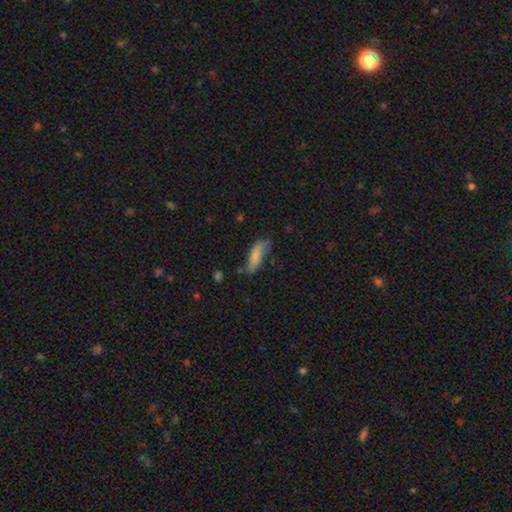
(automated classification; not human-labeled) Smooth or featured? Predicted: smooth (p=0.76). How rounded? Predicted: in between (p=0.56). Merging? Predicted: none (p=0.58).